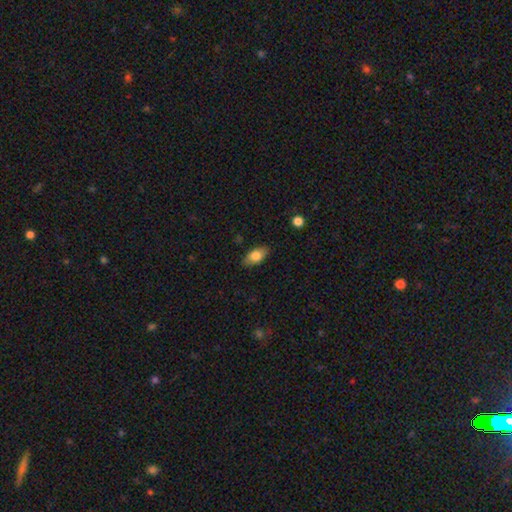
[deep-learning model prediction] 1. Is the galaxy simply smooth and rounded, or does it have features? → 79% smooth, 14% featured or disk, 7% star or artifact.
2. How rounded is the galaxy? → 89% in between, 6% cigar-shaped, 5% round.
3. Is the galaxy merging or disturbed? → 85% none, 11% minor disturbance, 2% major disturbance, 1% merger.